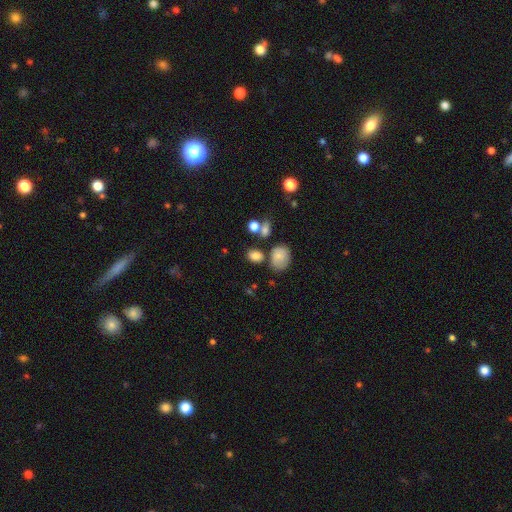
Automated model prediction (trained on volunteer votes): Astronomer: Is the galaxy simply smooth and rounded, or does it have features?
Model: smooth — 80%.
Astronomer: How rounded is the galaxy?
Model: in between — 50% (runner-up: round, 48%).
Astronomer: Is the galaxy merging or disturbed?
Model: none — 66%.